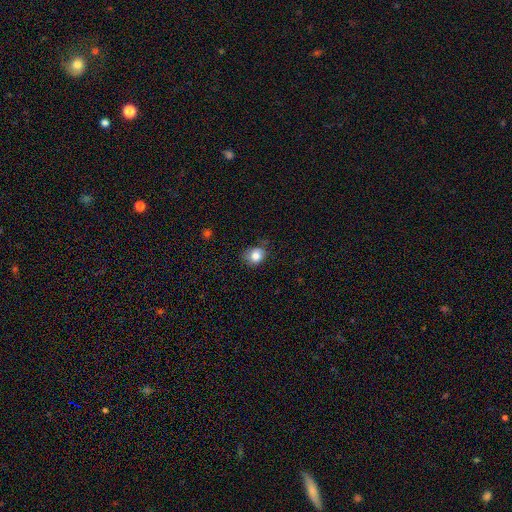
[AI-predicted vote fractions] Smooth or featured? smooth (82%)
How rounded? round (66%)
Merging? none (68%)